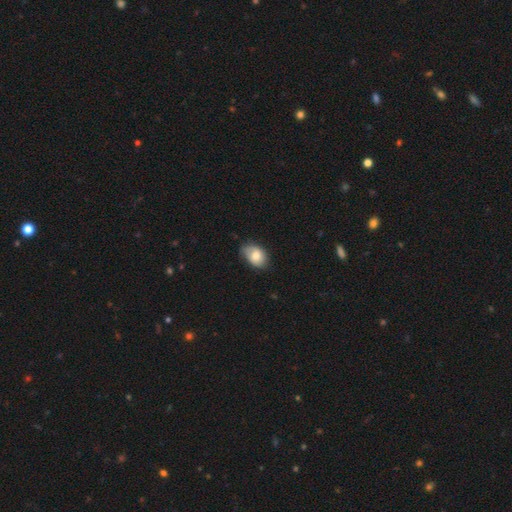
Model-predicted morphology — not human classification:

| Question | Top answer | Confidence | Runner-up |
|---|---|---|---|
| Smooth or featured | smooth | 74% | featured or disk (19%) |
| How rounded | in between | 83% | round (16%) |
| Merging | none | 60% | minor disturbance (33%) |